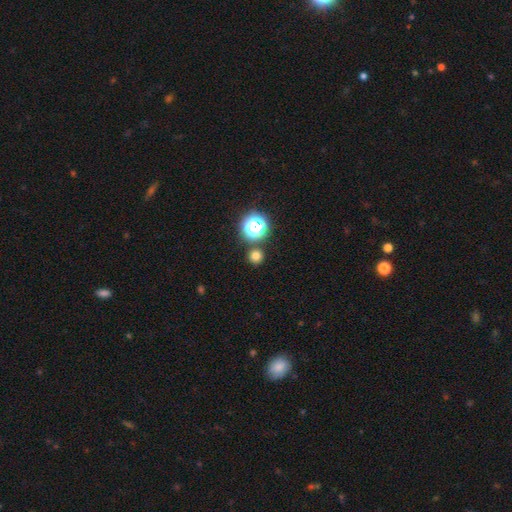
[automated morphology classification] Smooth or featured?
  - smooth: 72% *
  - star or artifact: 22%
  - featured or disk: 6%
How rounded?
  - round: 93% *
  - in between: 6%
  - cigar-shaped: 1%
Merging?
  - none: 85% *
  - merger: 6%
  - minor disturbance: 6%
  - major disturbance: 2%